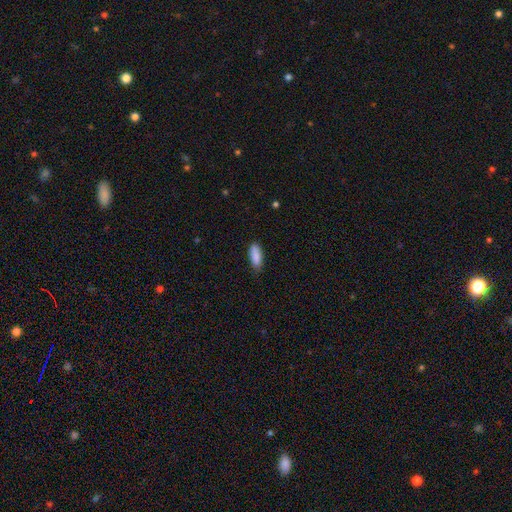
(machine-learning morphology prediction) A smooth galaxy with no disk features (89%) that is in between round and cigar-shaped (75%).

Vote fractions:
- Smooth or featured? smooth: 89% / star or artifact: 6% / featured or disk: 5%
- How rounded? in between: 75% / cigar-shaped: 23% / round: 2%
- Merging? none: 77% / minor disturbance: 19% / major disturbance: 3% / merger: 1%